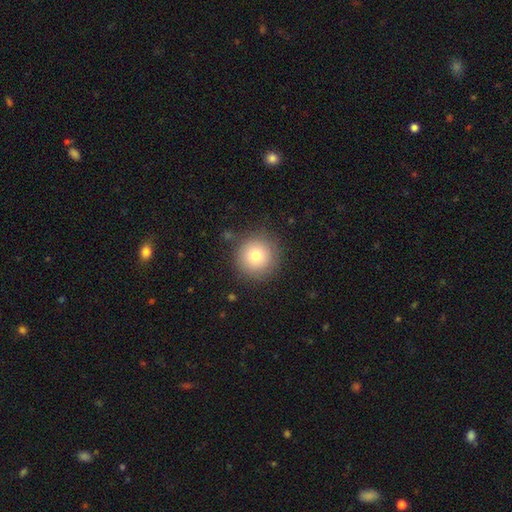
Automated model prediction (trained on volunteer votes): Smooth or featured? smooth (78%)
How rounded? round (95%)
Merging? none (85%)